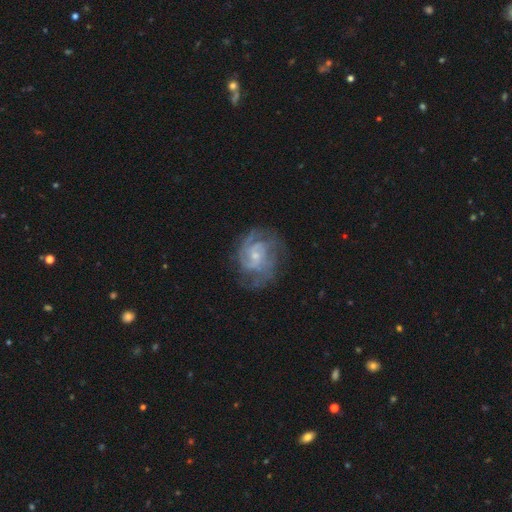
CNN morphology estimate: A featured or disk galaxy (85%) with no bar (58%), 2 (32%) tight (49%) spiral arms (95%) and a small central bulge (69%). Merging: none (68%).